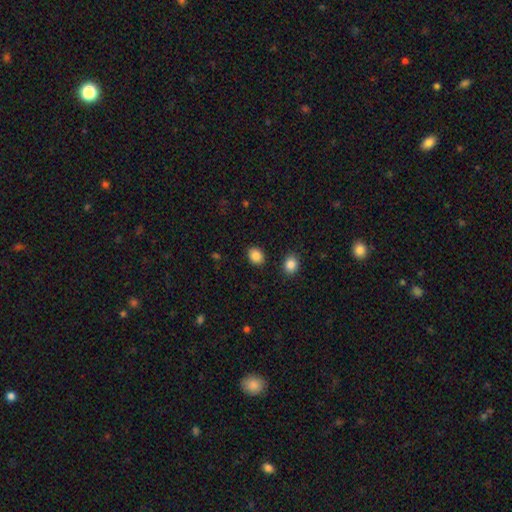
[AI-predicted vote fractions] Overall: smooth (87%). How rounded: in between (56%; round 43%). Merging: none (87%).